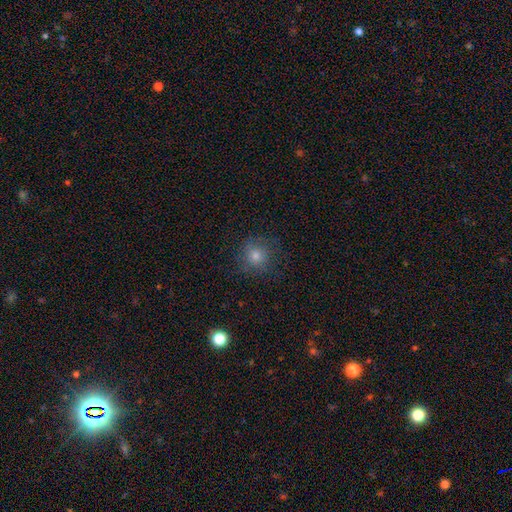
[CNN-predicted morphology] Smooth or featured? smooth (68%)
How rounded? round (91%)
Merging? none (81%)